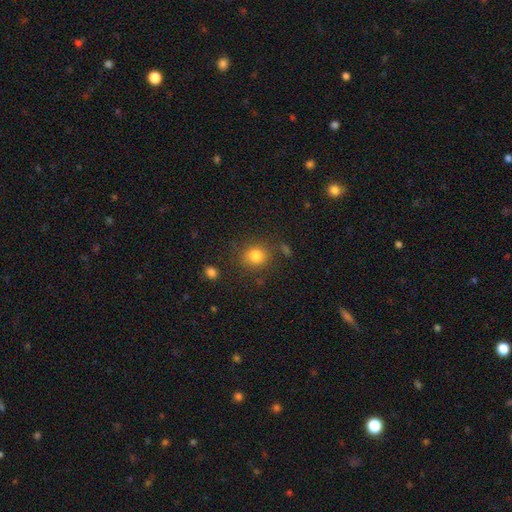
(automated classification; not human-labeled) Morphology: type=smooth (82%); roundness=round (83%); merging=none (80%).